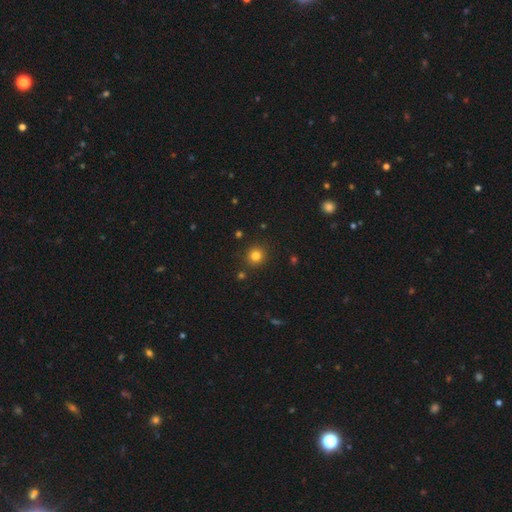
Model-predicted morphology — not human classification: This is clearly a smooth galaxy (81%). How rounded: clearly round (90%). Merging: clearly none (89%).